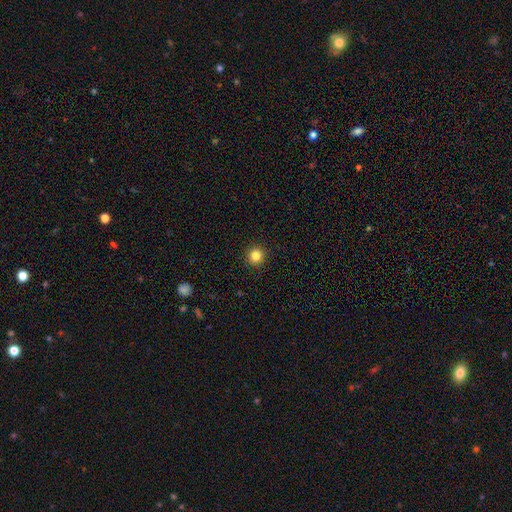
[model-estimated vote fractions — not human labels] smooth-or-featured: smooth: 84% | star or artifact: 11% | featured or disk: 4%
  how-rounded: round: 93% | in between: 6% | cigar-shaped: 1%
  merging: none: 92% | minor disturbance: 5% | major disturbance: 2% | merger: 1%